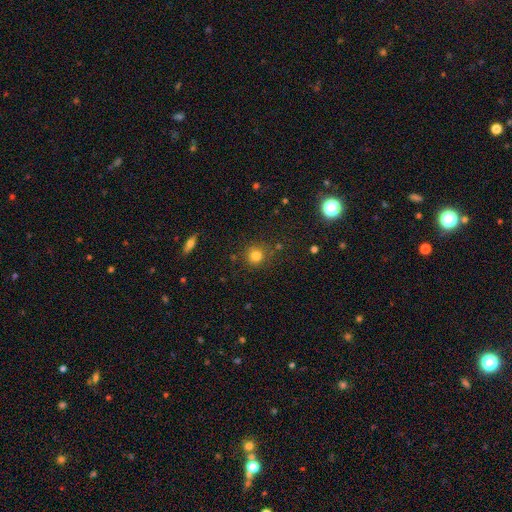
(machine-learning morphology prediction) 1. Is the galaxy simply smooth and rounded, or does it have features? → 81% smooth, 13% star or artifact, 6% featured or disk.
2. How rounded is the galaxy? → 88% round, 11% in between, 1% cigar-shaped.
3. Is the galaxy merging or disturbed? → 80% none, 12% minor disturbance, 4% major disturbance, 4% merger.